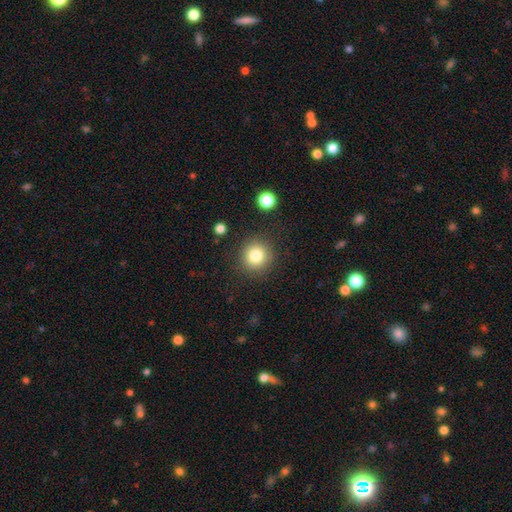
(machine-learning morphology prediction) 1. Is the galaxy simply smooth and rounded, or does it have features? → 81% smooth, 11% star or artifact, 8% featured or disk.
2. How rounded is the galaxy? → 93% round, 6% in between, 1% cigar-shaped.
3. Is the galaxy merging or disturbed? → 87% none, 8% minor disturbance, 3% major disturbance, 2% merger.